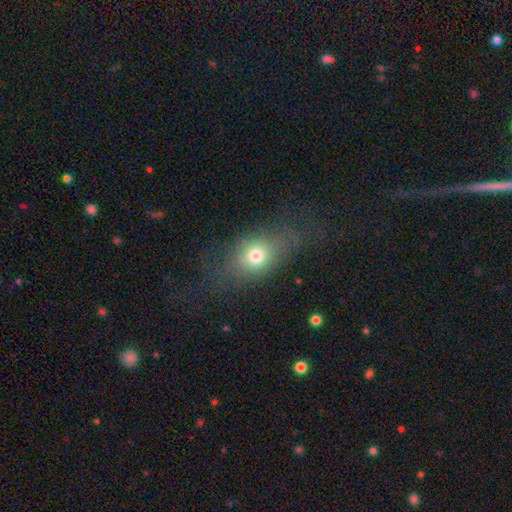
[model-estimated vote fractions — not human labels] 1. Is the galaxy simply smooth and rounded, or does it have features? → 69% smooth, 17% featured or disk, 14% star or artifact.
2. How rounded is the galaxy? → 62% in between, 35% round, 3% cigar-shaped.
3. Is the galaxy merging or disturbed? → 63% none, 18% major disturbance, 17% minor disturbance, 2% merger.